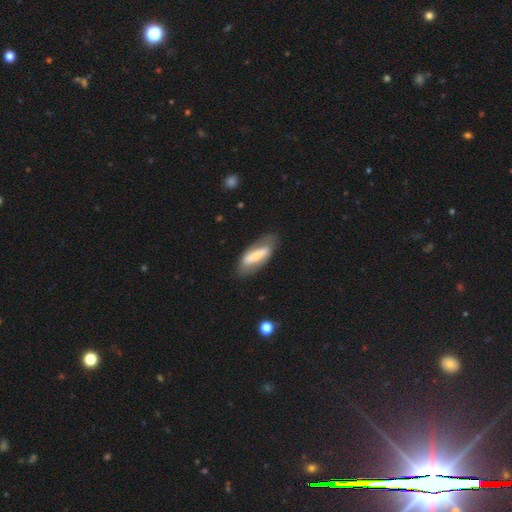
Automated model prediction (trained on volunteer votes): Smooth or featured: featured or disk — 53% (smooth — 42%)
Edge-on disk: no — 80% (yes — 20%)
Merging: none — 73% (minor disturbance — 18%)